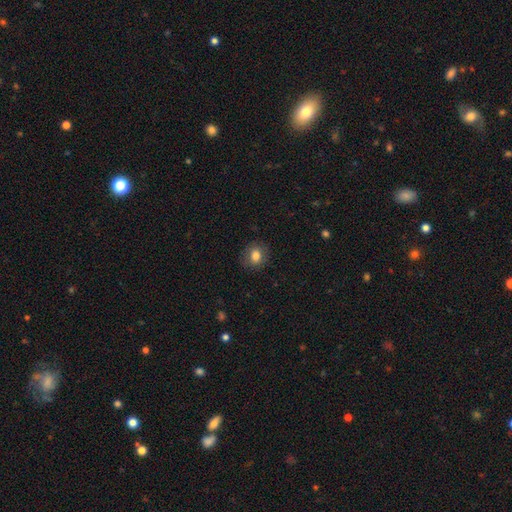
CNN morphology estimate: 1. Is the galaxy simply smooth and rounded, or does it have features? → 81% smooth, 10% star or artifact, 9% featured or disk.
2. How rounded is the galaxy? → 65% round, 34% in between, 1% cigar-shaped.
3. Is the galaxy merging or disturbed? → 85% none, 11% minor disturbance, 3% major disturbance, 1% merger.